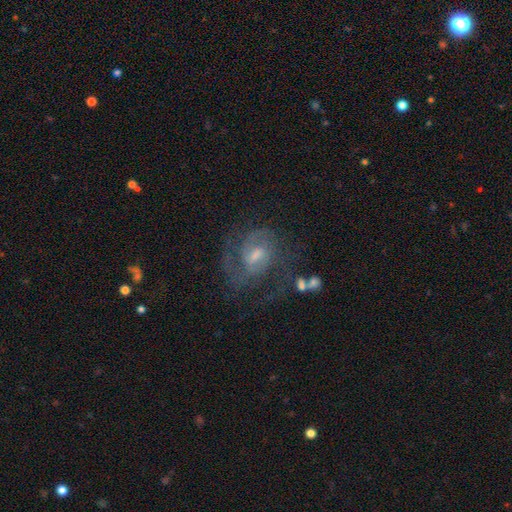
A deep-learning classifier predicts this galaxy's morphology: Smooth or featured? Predicted: featured or disk (p=0.80). Edge-on disk? Predicted: no (p=0.97). Bar? Predicted: weak (p=0.61). Spiral arms? Predicted: yes (p=0.91). Spiral winding? Predicted: medium (p=0.49). Spiral arm count? Predicted: 2 (p=0.53). Bulge size? Predicted: moderate (p=0.45). Merging? Predicted: none (p=0.55).